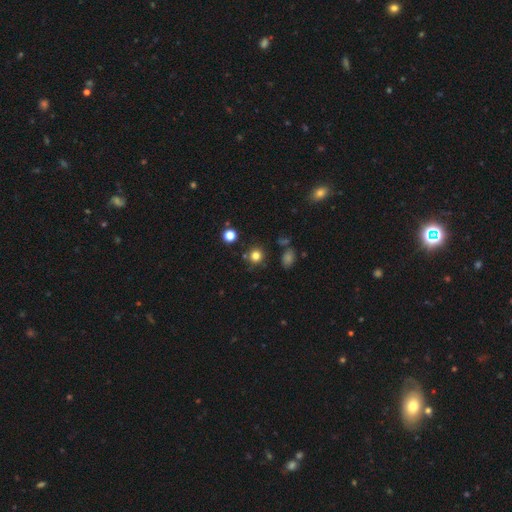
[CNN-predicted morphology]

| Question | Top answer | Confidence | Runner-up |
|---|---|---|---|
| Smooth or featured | smooth | 79% | star or artifact (15%) |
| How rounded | round | 90% | in between (9%) |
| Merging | none | 82% | minor disturbance (9%) |